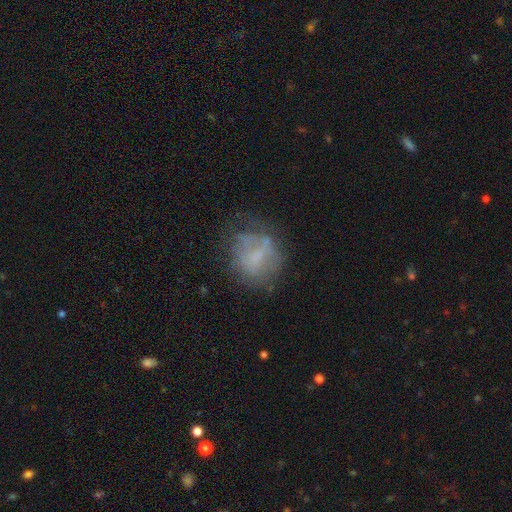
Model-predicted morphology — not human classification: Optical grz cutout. It shows a smooth galaxy with no disk features (46%). Merging: none (55%).